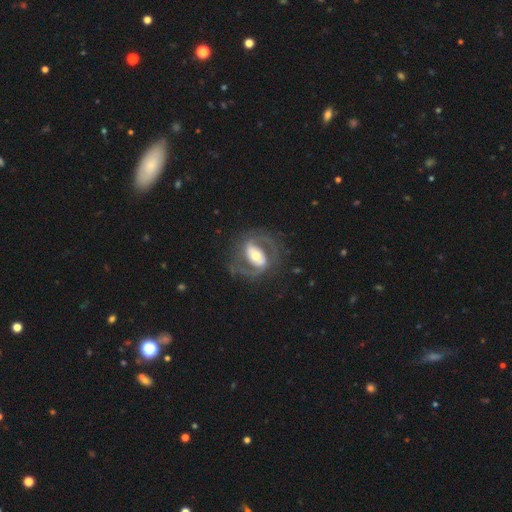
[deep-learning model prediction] A featured or disk galaxy (84%) with a strong bar (42%), 2 (90%) medium (53%) spiral arms (89%) and a moderate central bulge (59%).

Vote fractions:
- Smooth or featured? featured or disk: 84% / smooth: 11% / star or artifact: 5%
- Edge-on disk? no: 97% / yes: 3%
- Bar? strong: 42% / weak: 30% / no: 28%
- Spiral arms? yes: 89% / no: 11%
- Spiral winding? medium: 53% / tight: 24% / loose: 22%
- Spiral arm count? 2: 90% / can't tell: 4% / 1: 2% / 3: 1% / 4: 1% / more than 4: 1%
- Bulge size? moderate: 59% / small: 22% / large: 16% / dominant: 2% / none: 1%
- Merging? none: 73% / minor disturbance: 14% / major disturbance: 12% / merger: 2%